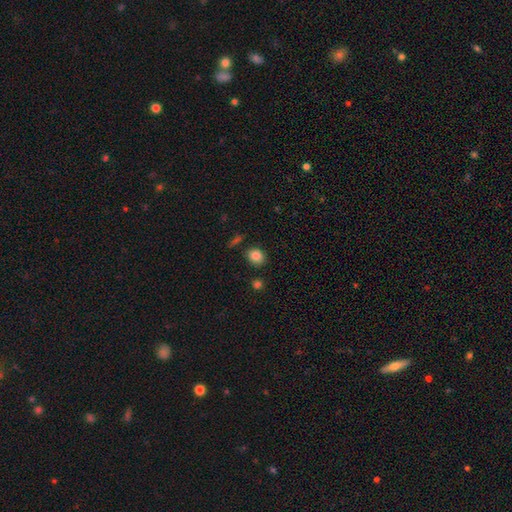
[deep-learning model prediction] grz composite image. It shows a smooth galaxy with no disk features (85%) that is round (65%). Merging: none (84%).